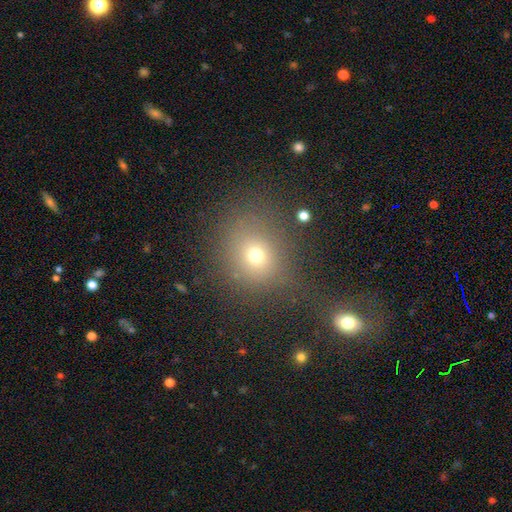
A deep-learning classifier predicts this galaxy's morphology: Smooth or featured: smooth — 69% (star or artifact — 20%)
How rounded: round — 76% (in between — 23%)
Merging: none — 71% (minor disturbance — 13%)